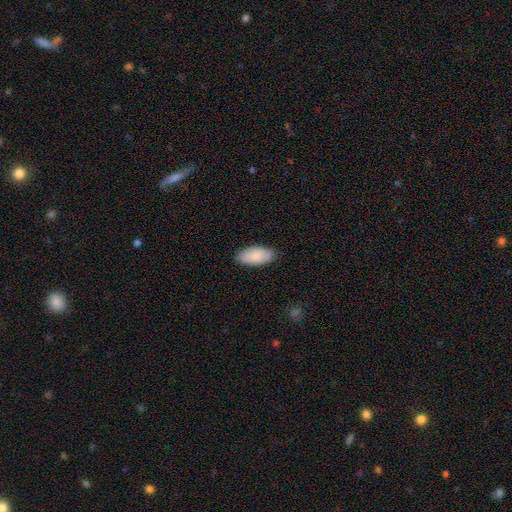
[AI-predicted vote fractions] A smooth galaxy with no disk features (88%) that is in between round and cigar-shaped (92%). Merging: none (87%).